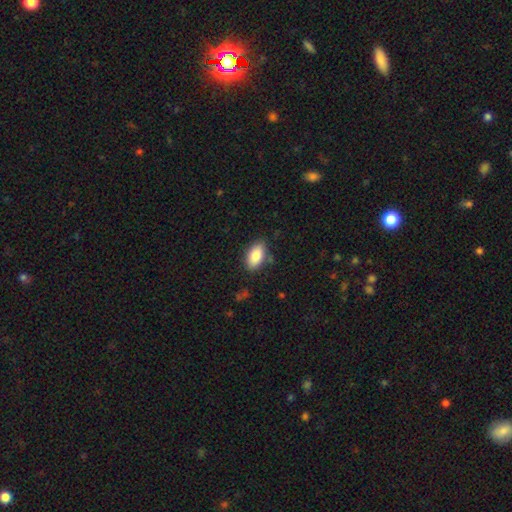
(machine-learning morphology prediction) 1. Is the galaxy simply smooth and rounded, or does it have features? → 86% smooth, 7% star or artifact, 7% featured or disk.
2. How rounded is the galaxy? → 93% in between, 4% round, 3% cigar-shaped.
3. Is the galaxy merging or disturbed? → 82% none, 13% minor disturbance, 3% major disturbance, 2% merger.